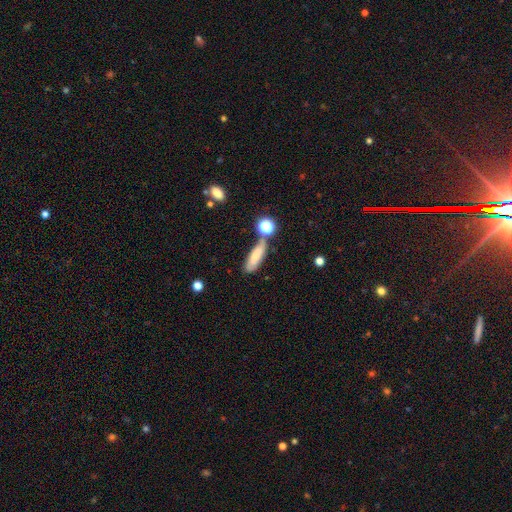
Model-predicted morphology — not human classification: The model was most divided on "how rounded": in between: 49%, cigar-shaped: 47%, round: 4%. More confident: smooth or featured — smooth (69%); merging — none (57%).